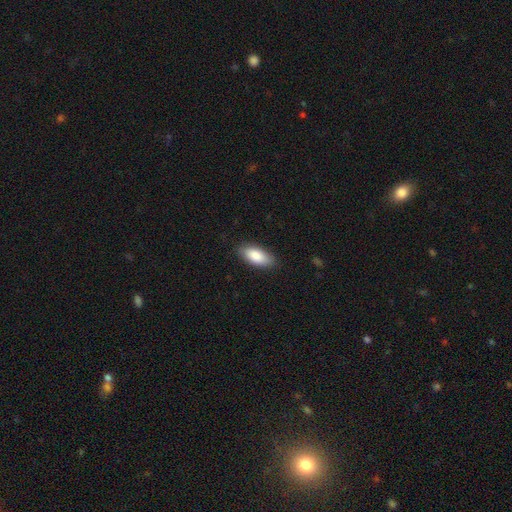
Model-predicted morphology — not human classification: A smooth galaxy with no disk features (87%) that is in between round and cigar-shaped (87%). Merging: none (86%).